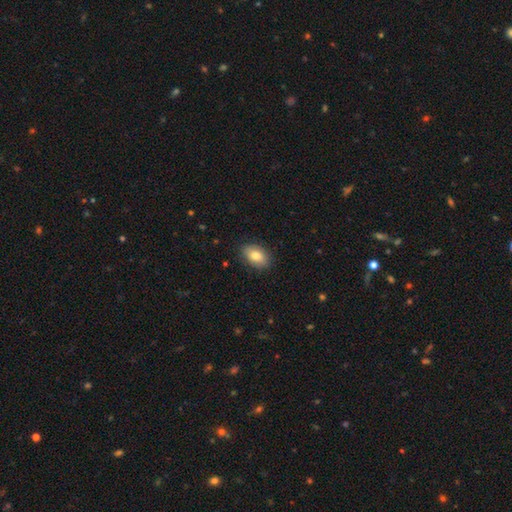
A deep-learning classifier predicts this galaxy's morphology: Overall: smooth (80%). How rounded: in between (90%). Merging: none (87%).